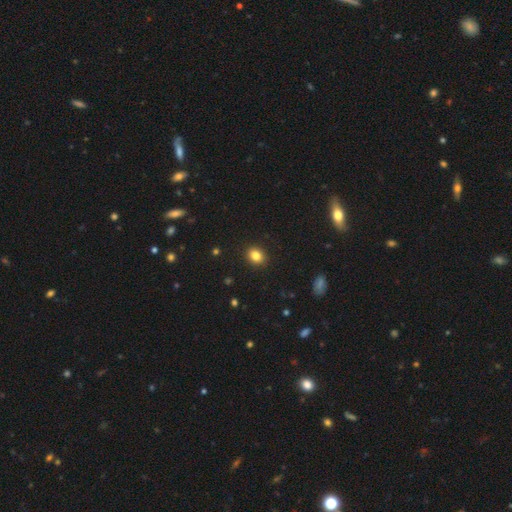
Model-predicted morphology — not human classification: type=smooth (83%); roundness=round (62%); merging=none (90%).